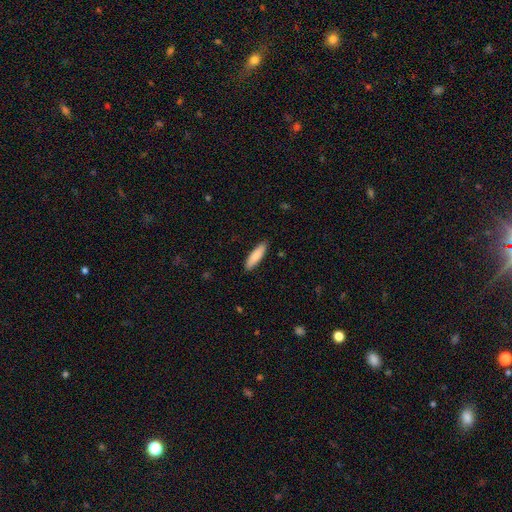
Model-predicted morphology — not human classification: smooth-or-featured: smooth: 84% | featured or disk: 10% | star or artifact: 5%
  how-rounded: cigar-shaped: 65% | in between: 33% | round: 1%
  merging: none: 90% | minor disturbance: 8% | major disturbance: 2% | merger: 1%